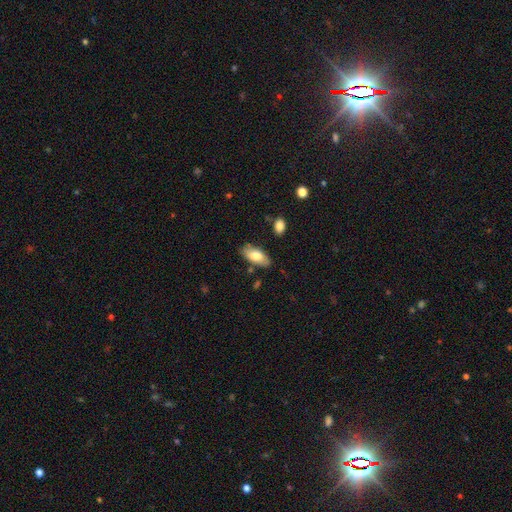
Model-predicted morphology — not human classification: type=smooth (75%); roundness=in between (91%); merging=none (80%).